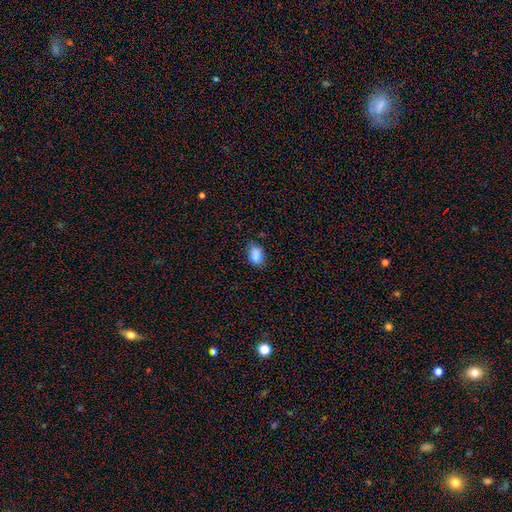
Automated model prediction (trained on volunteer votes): Smooth or featured?
  - smooth: 83% *
  - star or artifact: 10%
  - featured or disk: 7%
How rounded?
  - in between: 79% *
  - round: 19%
  - cigar-shaped: 2%
Merging?
  - none: 65% *
  - minor disturbance: 26%
  - major disturbance: 5%
  - merger: 3%